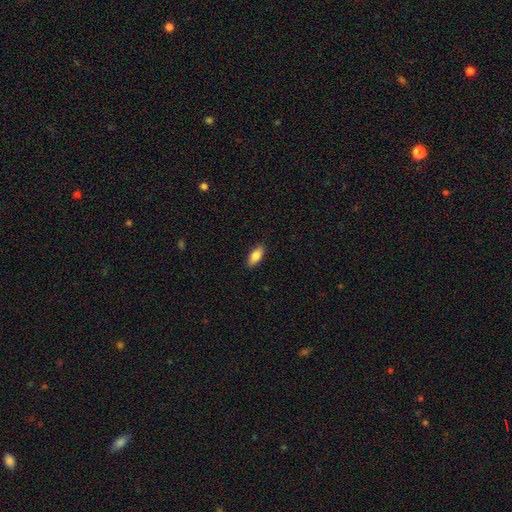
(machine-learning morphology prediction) A smooth galaxy with no disk features (84%) that is in between round and cigar-shaped (82%).

Vote fractions:
- Smooth or featured? smooth: 84% / featured or disk: 10% / star or artifact: 7%
- How rounded? in between: 82% / cigar-shaped: 16% / round: 2%
- Merging? none: 88% / minor disturbance: 9% / major disturbance: 2% / merger: 1%